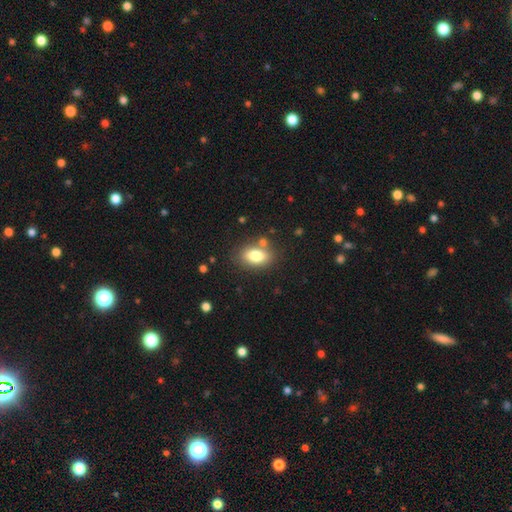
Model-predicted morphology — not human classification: Smooth or featured?
  - smooth: 80% *
  - featured or disk: 12%
  - star or artifact: 9%
How rounded?
  - in between: 85% *
  - round: 13%
  - cigar-shaped: 2%
Merging?
  - none: 75% *
  - minor disturbance: 12%
  - merger: 9%
  - major disturbance: 4%